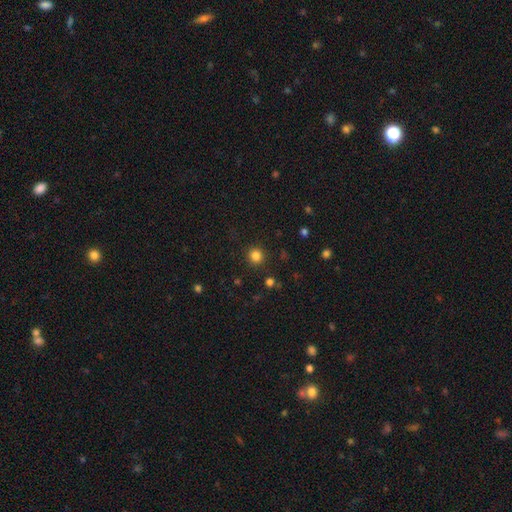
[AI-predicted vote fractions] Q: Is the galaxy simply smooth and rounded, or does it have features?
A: smooth — 83%.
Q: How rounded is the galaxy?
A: round — 92%.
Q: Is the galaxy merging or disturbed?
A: none — 90%.